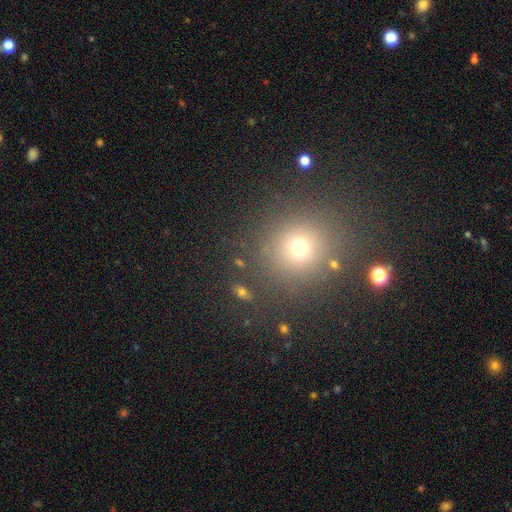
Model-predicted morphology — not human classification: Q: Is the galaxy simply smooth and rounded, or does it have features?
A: smooth — 60%.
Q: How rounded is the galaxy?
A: round — 85%.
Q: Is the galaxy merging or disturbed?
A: none — 84%.